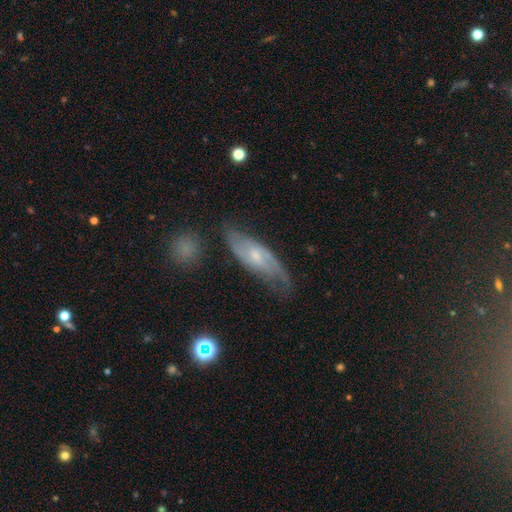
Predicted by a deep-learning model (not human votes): A featured or disk galaxy (70%) with a weak bar (45%), 2 (73%) medium (43%) spiral arms (89%) and a small central bulge (61%).

Vote fractions:
- Smooth or featured? featured or disk: 70% / smooth: 23% / star or artifact: 7%
- Edge-on disk? no: 82% / yes: 18%
- Bar? weak: 45% / no: 44% / strong: 11%
- Spiral arms? yes: 89% / no: 11%
- Spiral winding? medium: 43% / loose: 33% / tight: 25%
- Spiral arm count? 2: 73% / can't tell: 18% / 3: 3% / 1: 3% / 4: 1% / more than 4: 1%
- Bulge size? small: 61% / moderate: 31% / none: 5% / large: 2% / dominant: 1%
- Merging? none: 68% / minor disturbance: 22% / major disturbance: 8% / merger: 2%